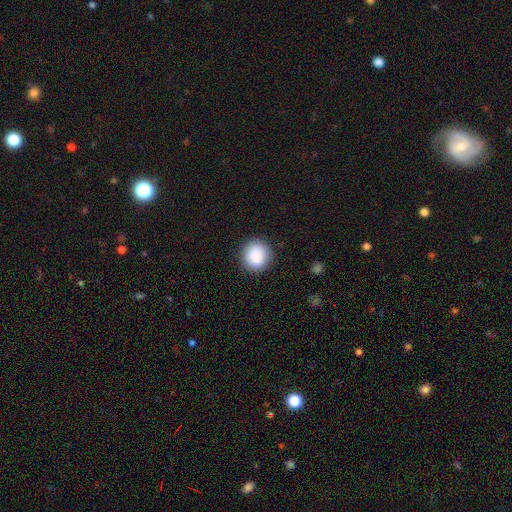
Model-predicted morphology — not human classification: This appears to be a smooth galaxy with no disk features (89%) that is round (89%). Merging: none (88%).